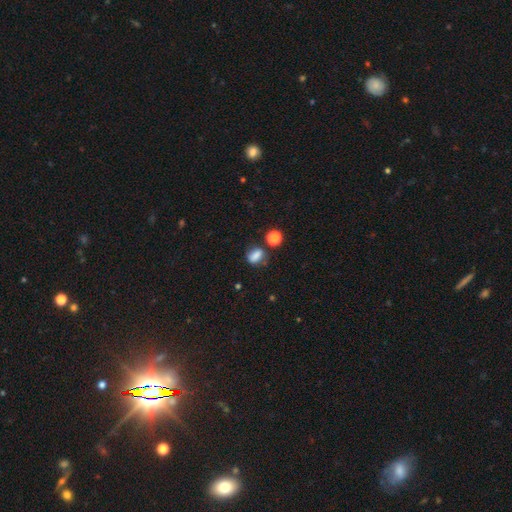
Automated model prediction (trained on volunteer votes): A smooth galaxy with no disk features (80%) that is in between round and cigar-shaped (70%). Merging: none (66%).